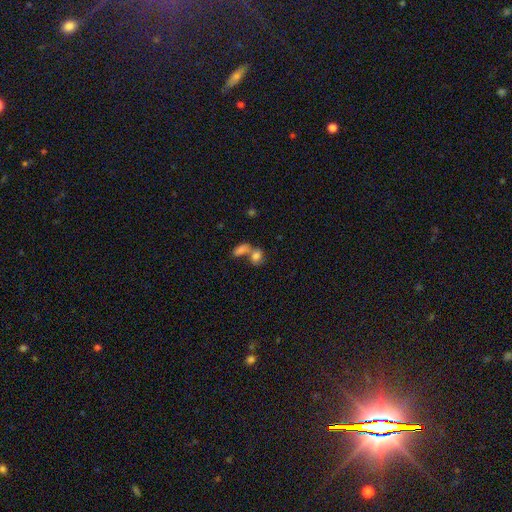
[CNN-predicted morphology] Smooth or featured? smooth (73%)
How rounded? in between (62%)
Merging? merger (61%)